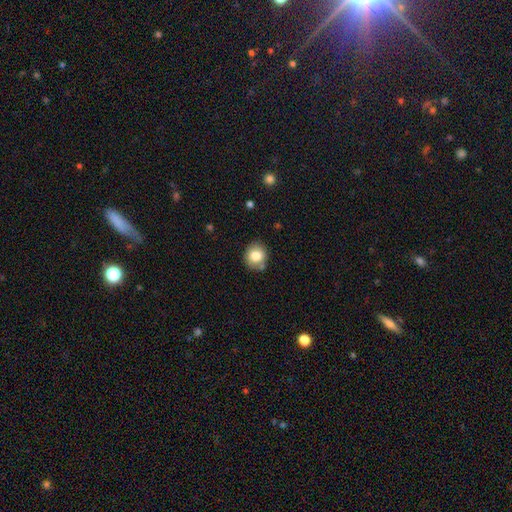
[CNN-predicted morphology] smooth-or-featured: smooth: 81% | featured or disk: 10% | star or artifact: 9%
  how-rounded: round: 76% | in between: 23% | cigar-shaped: 1%
  merging: none: 77% | minor disturbance: 14% | merger: 6% | major disturbance: 3%